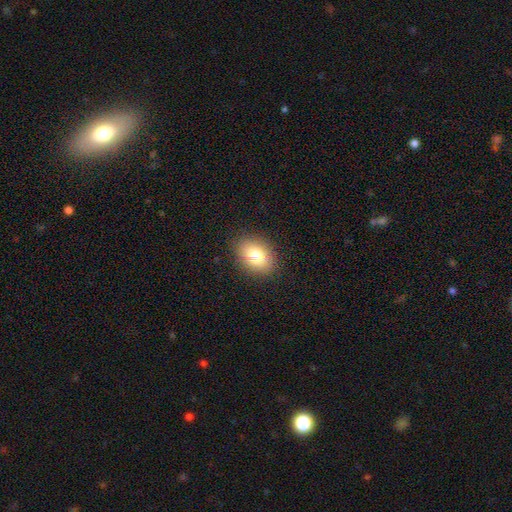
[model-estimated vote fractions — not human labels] A smooth galaxy with no disk features (80%) that is in between round and cigar-shaped (74%).

Vote fractions:
- Smooth or featured? smooth: 80% / featured or disk: 10% / star or artifact: 9%
- How rounded? in between: 74% / round: 24% / cigar-shaped: 1%
- Merging? none: 88% / minor disturbance: 9% / major disturbance: 3% / merger: 1%